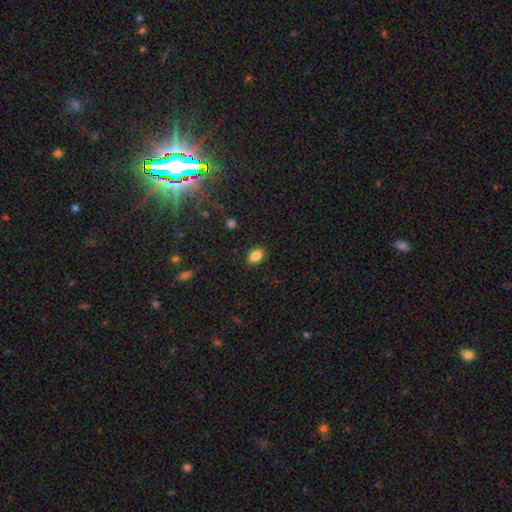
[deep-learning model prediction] Morphology: type=smooth (85%); roundness=in between (78%); merging=none (88%).